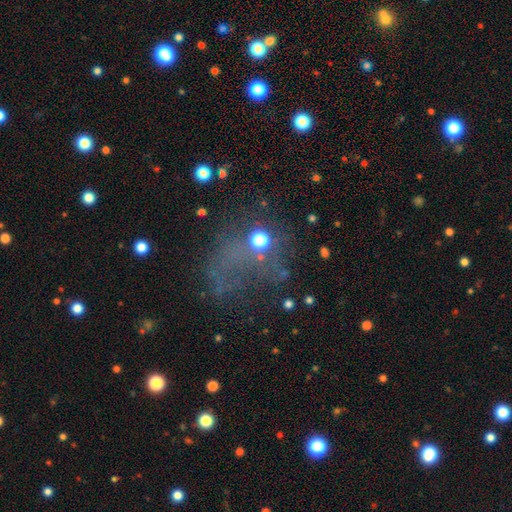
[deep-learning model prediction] Smooth or featured: star or artifact — 37% (smooth — 36%)